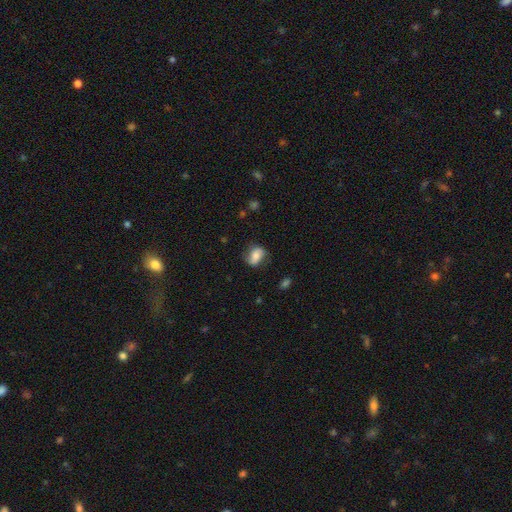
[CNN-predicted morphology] This is possibly a smooth galaxy (59%). How rounded: likely in between (68%). Merging: likely none (71%).